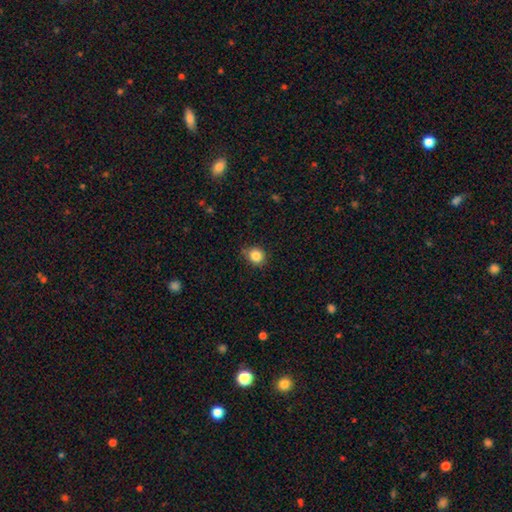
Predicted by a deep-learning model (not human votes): This is clearly a smooth galaxy (85%). How rounded: clearly round (80%). Merging: clearly none (80%).